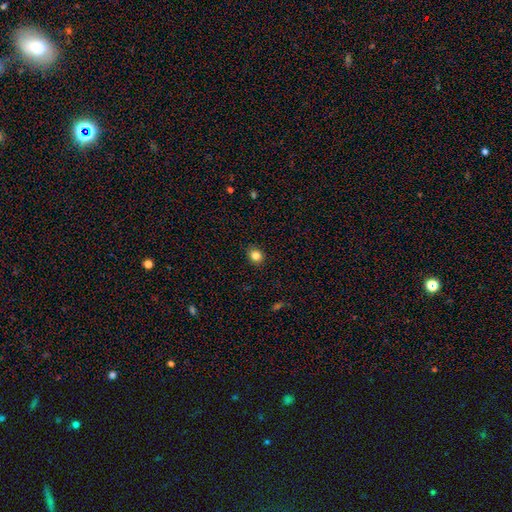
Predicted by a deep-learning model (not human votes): Smooth or featured?
  - smooth: 84% *
  - star or artifact: 11%
  - featured or disk: 5%
How rounded?
  - round: 75% *
  - in between: 24%
  - cigar-shaped: 1%
Merging?
  - none: 90% *
  - minor disturbance: 7%
  - major disturbance: 2%
  - merger: 1%